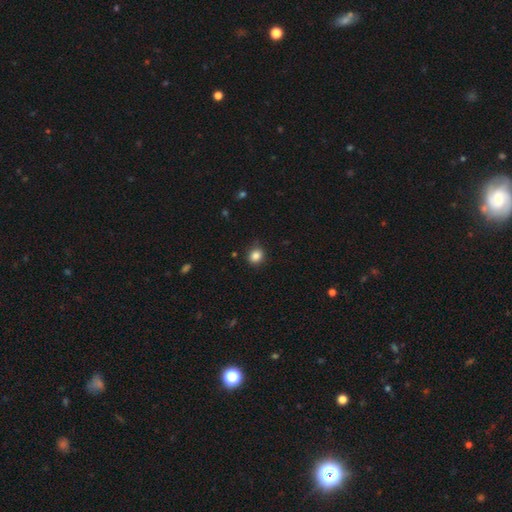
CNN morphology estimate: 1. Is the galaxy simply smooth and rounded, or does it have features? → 85% smooth, 11% star or artifact, 4% featured or disk.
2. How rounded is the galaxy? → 76% round, 23% in between, 1% cigar-shaped.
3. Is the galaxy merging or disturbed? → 86% none, 11% minor disturbance, 2% major disturbance, 1% merger.